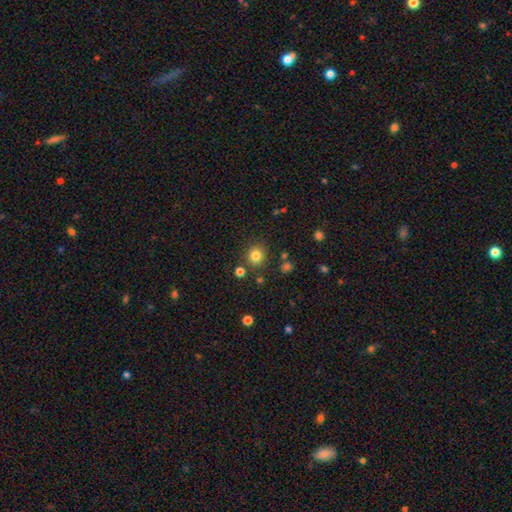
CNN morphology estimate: Overall: smooth (81%). How rounded: round (89%). Merging: none (84%).